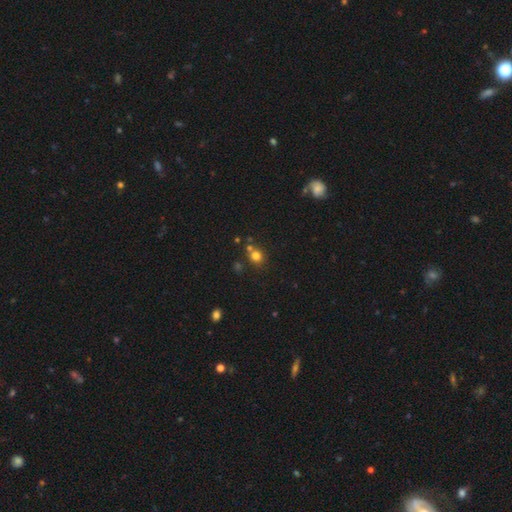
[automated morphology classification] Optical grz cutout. It shows a smooth galaxy with no disk features (75%) that is round (80%). Merging: none (66%).